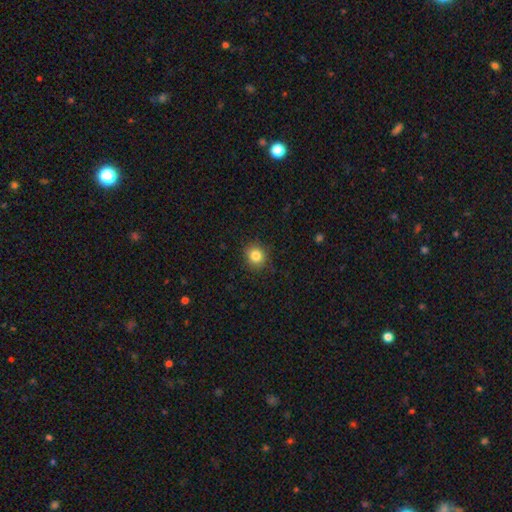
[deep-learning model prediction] Smooth or featured: smooth — 83% (star or artifact — 11%)
How rounded: round — 83% (in between — 16%)
Merging: none — 89% (minor disturbance — 8%)